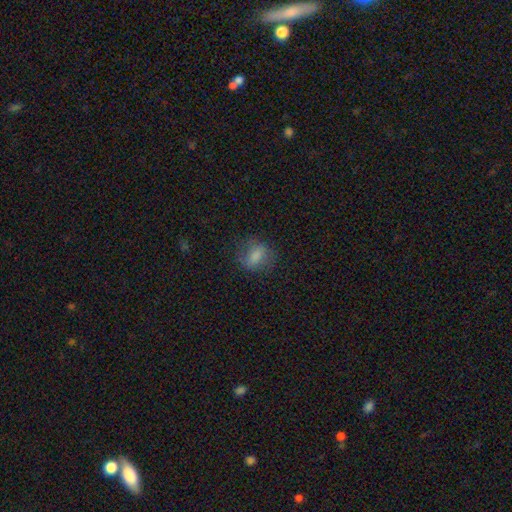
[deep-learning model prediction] A smooth galaxy with no disk features (73%) that is in between round and cigar-shaped (63%).

Vote fractions:
- Smooth or featured? smooth: 73% / featured or disk: 16% / star or artifact: 11%
- How rounded? in between: 63% / round: 34% / cigar-shaped: 4%
- Merging? none: 71% / minor disturbance: 18% / major disturbance: 10% / merger: 1%